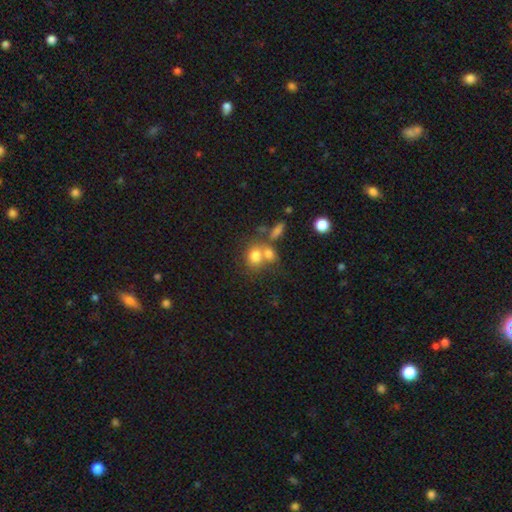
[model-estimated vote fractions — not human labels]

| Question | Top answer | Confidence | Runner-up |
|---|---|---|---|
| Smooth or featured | smooth | 73% | featured or disk (15%) |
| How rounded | round | 68% | in between (31%) |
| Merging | merger | 48% | none (37%) |